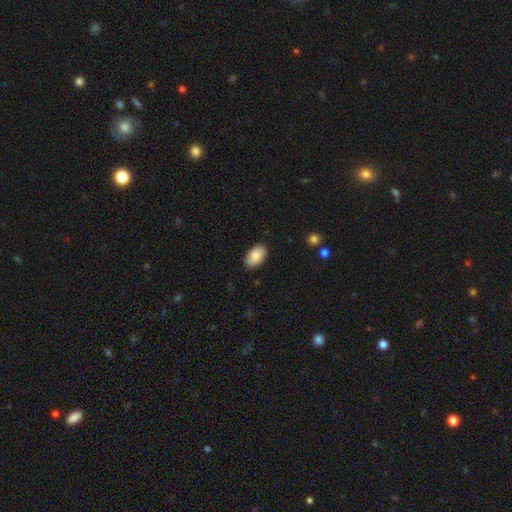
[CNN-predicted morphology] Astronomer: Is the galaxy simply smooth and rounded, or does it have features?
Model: smooth — 86%.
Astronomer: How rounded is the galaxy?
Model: in between — 94%.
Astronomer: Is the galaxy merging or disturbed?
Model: none — 87%.